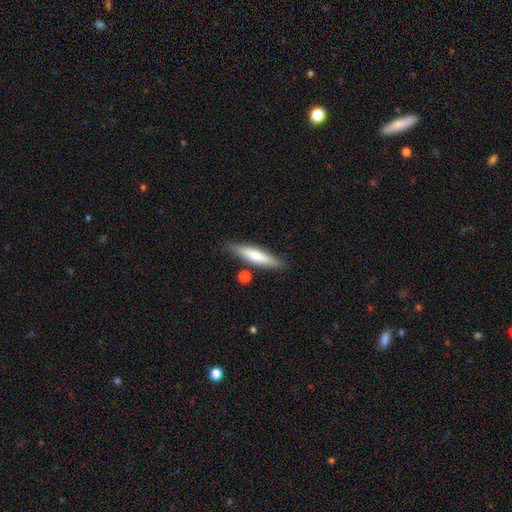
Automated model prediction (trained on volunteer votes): Smooth or featured?
  - smooth: 65% *
  - featured or disk: 29%
  - star or artifact: 6%
How rounded?
  - cigar-shaped: 84% *
  - in between: 14%
  - round: 1%
Merging?
  - none: 82% *
  - minor disturbance: 11%
  - merger: 5%
  - major disturbance: 2%